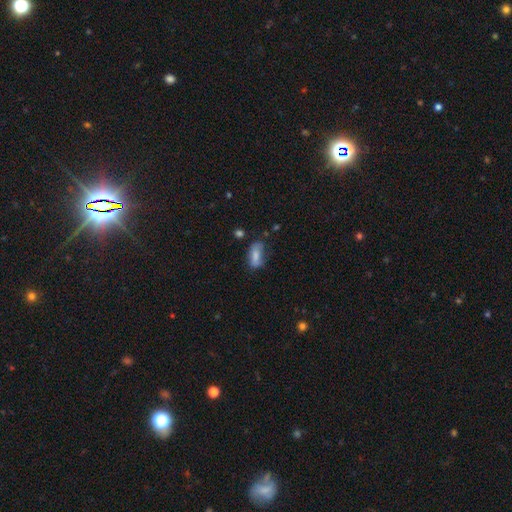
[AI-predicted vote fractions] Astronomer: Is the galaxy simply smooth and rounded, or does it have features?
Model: smooth — 74%.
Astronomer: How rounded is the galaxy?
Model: in between — 86%.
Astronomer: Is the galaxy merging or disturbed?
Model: none — 52% (runner-up: minor disturbance, 31%).